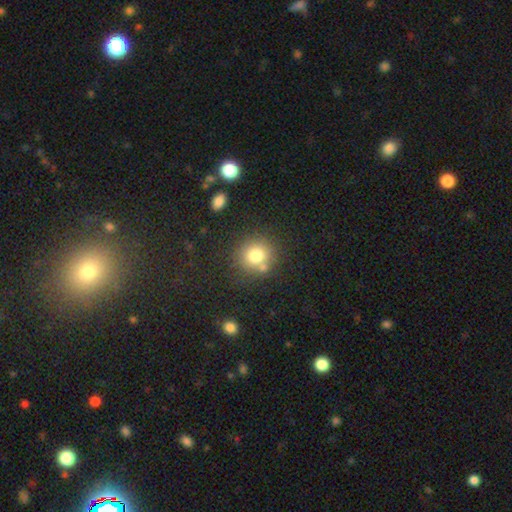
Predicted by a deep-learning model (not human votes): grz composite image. It shows a smooth galaxy with no disk features (77%) that is round (86%). Merging: none (72%).